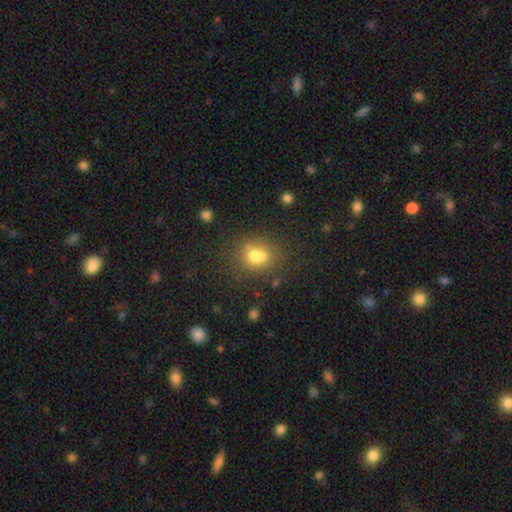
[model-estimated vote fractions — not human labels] Smooth or featured: smooth — 68% (featured or disk — 17%)
How rounded: round — 62% (in between — 36%)
Merging: none — 46% (merger — 37%)